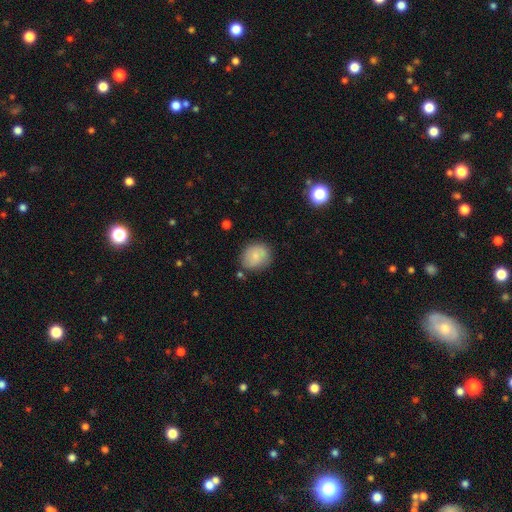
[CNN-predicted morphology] This appears to be a smooth galaxy with no disk features (75%) that is round (69%). Merging: none (74%).